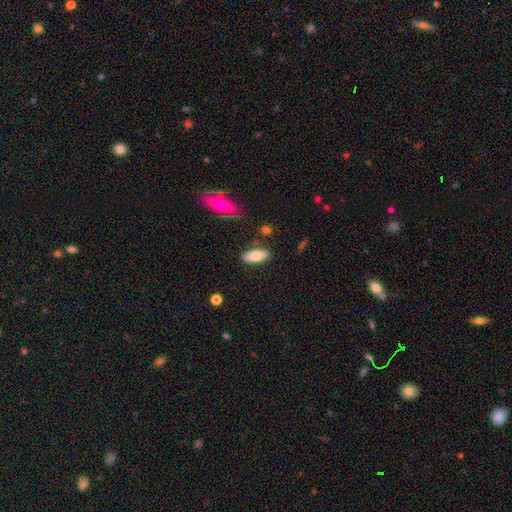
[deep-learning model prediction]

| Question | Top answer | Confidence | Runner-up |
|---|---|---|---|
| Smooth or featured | smooth | 78% | featured or disk (16%) |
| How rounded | in between | 83% | cigar-shaped (15%) |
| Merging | none | 79% | minor disturbance (15%) |